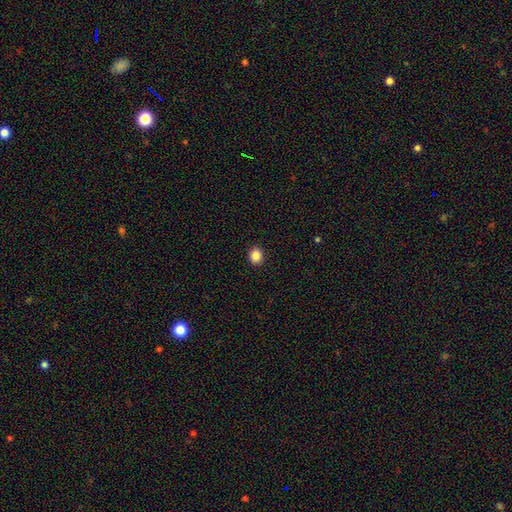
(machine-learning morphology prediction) A smooth galaxy with no disk features (86%) that is round (72%).

Vote fractions:
- Smooth or featured? smooth: 86% / star or artifact: 10% / featured or disk: 4%
- How rounded? round: 72% / in between: 27% / cigar-shaped: 1%
- Merging? none: 92% / minor disturbance: 5% / major disturbance: 2% / merger: 1%